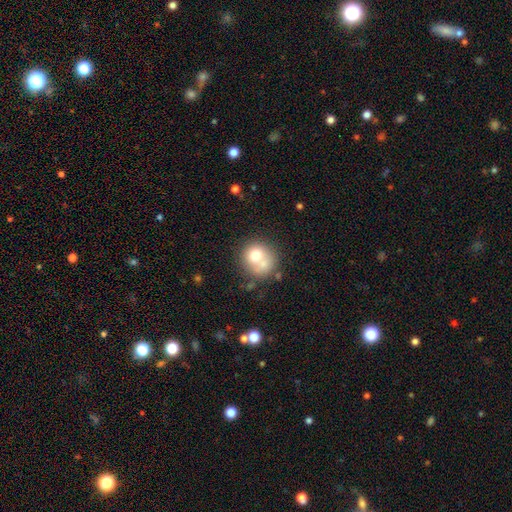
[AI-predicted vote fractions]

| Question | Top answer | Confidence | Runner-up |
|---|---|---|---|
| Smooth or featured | smooth | 69% | featured or disk (21%) |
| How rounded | round | 85% | in between (14%) |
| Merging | none | 44% | merger (37%) |